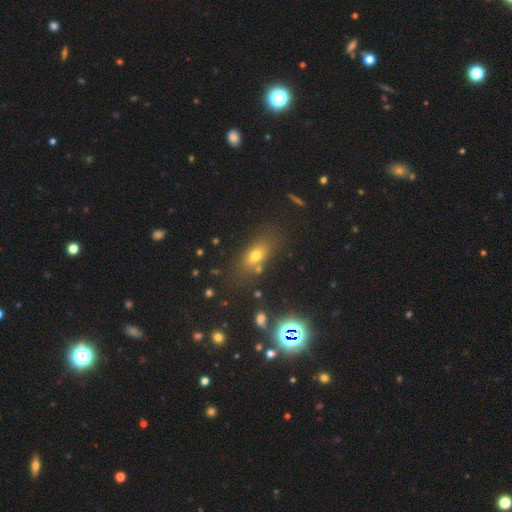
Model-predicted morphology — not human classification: Smooth or featured? Predicted: smooth (p=0.66). How rounded? Predicted: in between (p=0.74). Merging? Predicted: none (p=0.73).